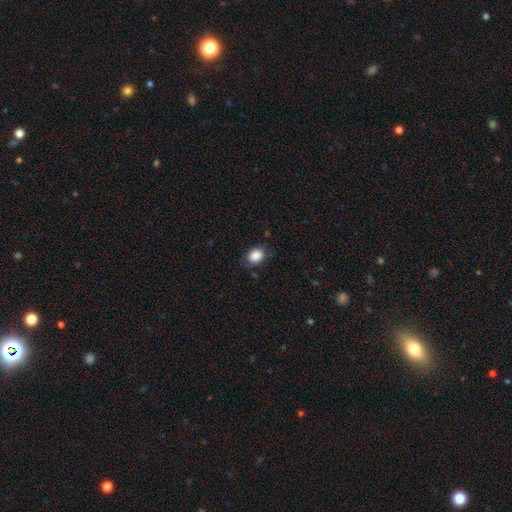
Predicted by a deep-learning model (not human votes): smooth 87%, star or artifact 9%, featured or disk 4%. Down the decision tree: how rounded — in between (59%); merging — none (78%).